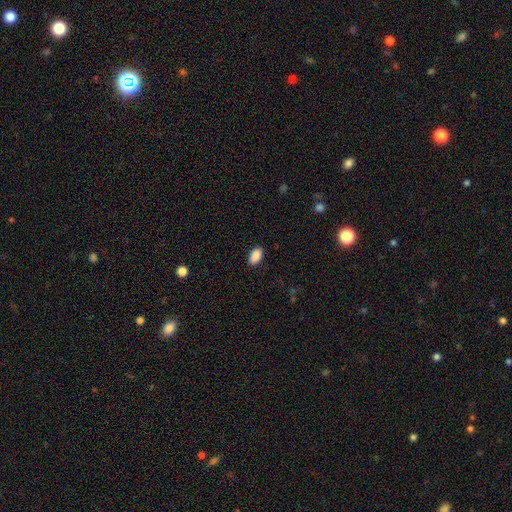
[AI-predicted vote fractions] This appears to be a smooth galaxy with no disk features (90%) that is in between round and cigar-shaped (93%). Merging: none (88%).